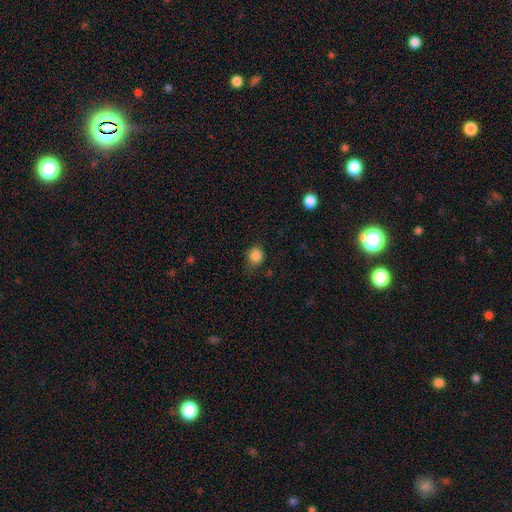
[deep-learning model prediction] This appears to be a smooth galaxy with no disk features (85%) that is round (77%). Merging: none (68%).